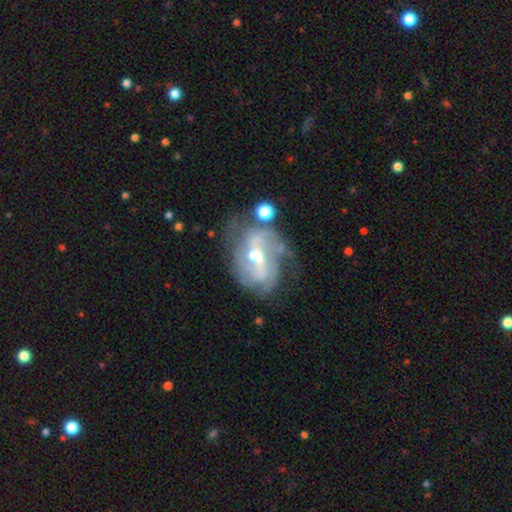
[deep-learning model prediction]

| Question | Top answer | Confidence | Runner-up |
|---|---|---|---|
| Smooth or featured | featured or disk | 81% | smooth (11%) |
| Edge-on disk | no | 97% | yes (3%) |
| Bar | weak | 45% | no (32%) |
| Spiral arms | yes | 86% | no (14%) |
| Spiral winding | medium | 44% | loose (30%) |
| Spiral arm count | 2 | 50% | can't tell (24%) |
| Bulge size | small | 56% | moderate (38%) |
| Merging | none | 47% | minor disturbance (22%) |